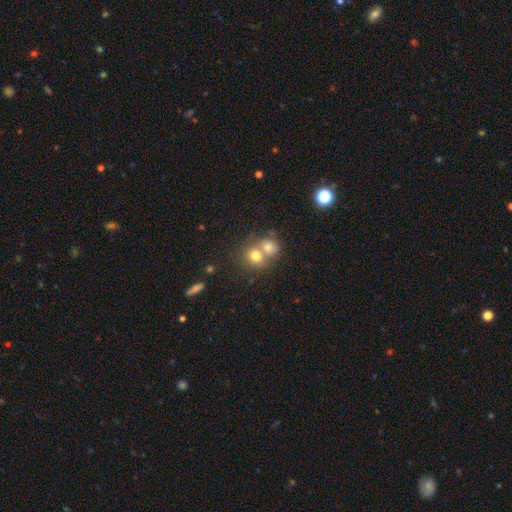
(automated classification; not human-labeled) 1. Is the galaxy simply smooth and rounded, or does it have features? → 73% smooth, 16% featured or disk, 12% star or artifact.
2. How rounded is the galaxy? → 77% round, 22% in between, 1% cigar-shaped.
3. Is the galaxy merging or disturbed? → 59% merger, 32% none, 6% minor disturbance, 3% major disturbance.